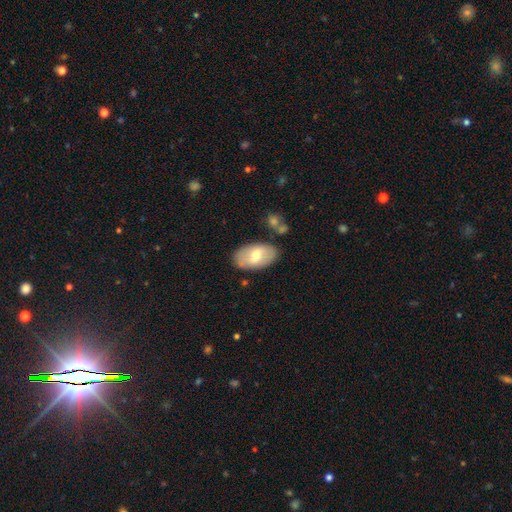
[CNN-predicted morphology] This appears to be a smooth galaxy with no disk features (58%) that is in between round and cigar-shaped (94%). Merging: none (79%).